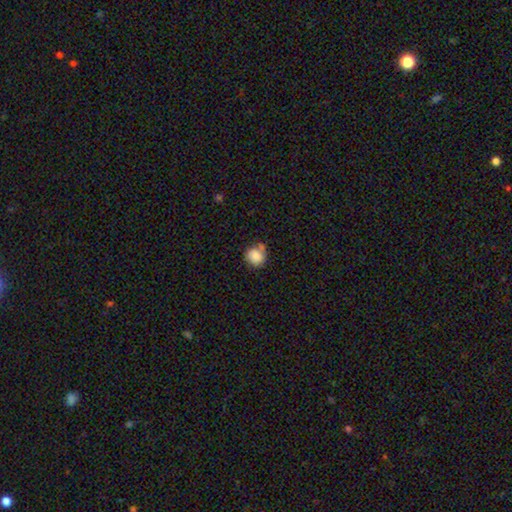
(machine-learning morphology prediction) A smooth galaxy with no disk features (83%) that is round (83%). Merging: none (60%).